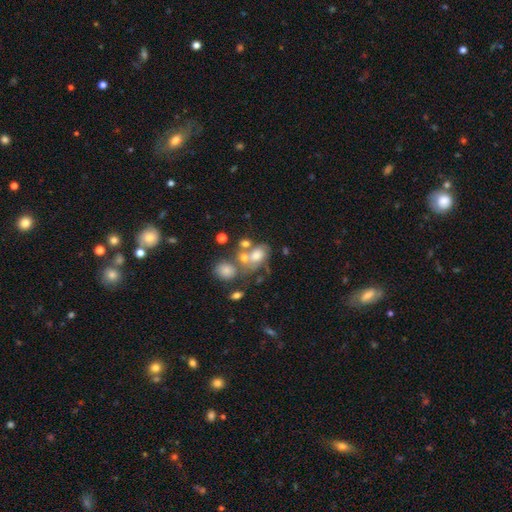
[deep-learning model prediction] Smooth or featured: smooth — 48% (featured or disk — 37%)
Merging: merger — 41% (none — 28%)